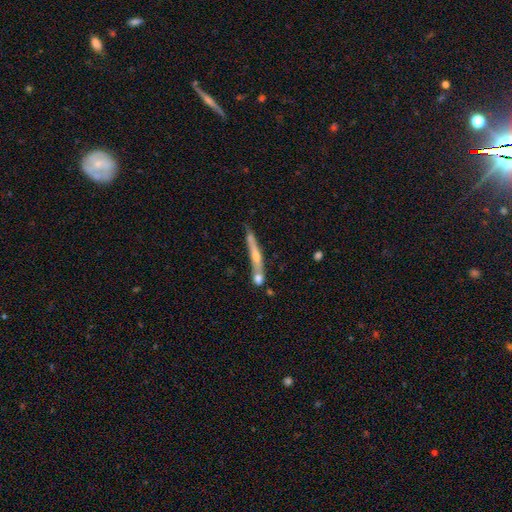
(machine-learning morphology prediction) Smooth or featured? featured or disk (66%)
Edge-on disk? yes (92%)
Edge-on bulge? rounded (69%)
Merging? none (60%)